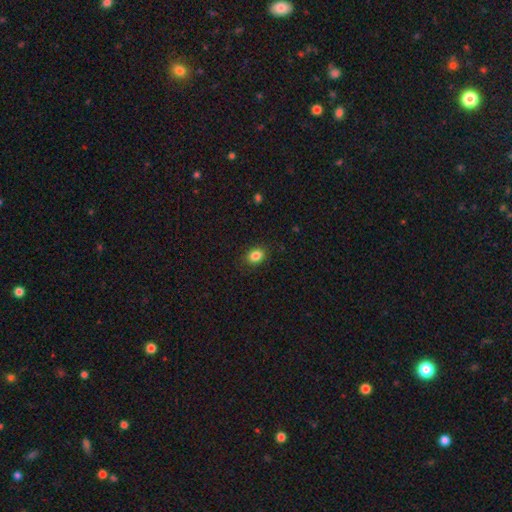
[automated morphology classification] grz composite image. It shows a smooth galaxy with no disk features (85%) that is in between round and cigar-shaped (59%). Merging: none (88%).